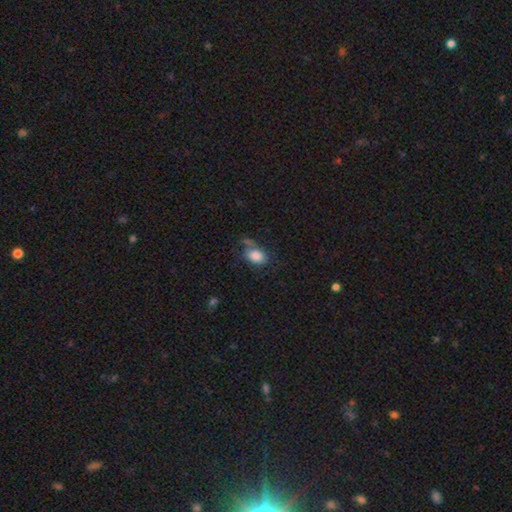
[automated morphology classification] Smooth or featured? Predicted: smooth (p=0.83). How rounded? Predicted: in between (p=0.83). Merging? Predicted: none (p=0.50).